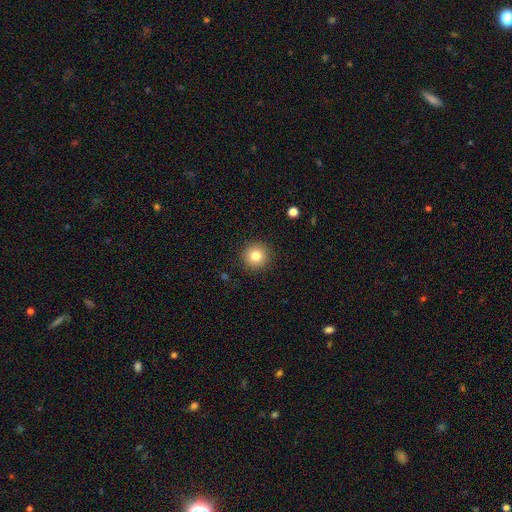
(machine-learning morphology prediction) Smooth or featured? smooth (82%)
How rounded? round (95%)
Merging? none (91%)